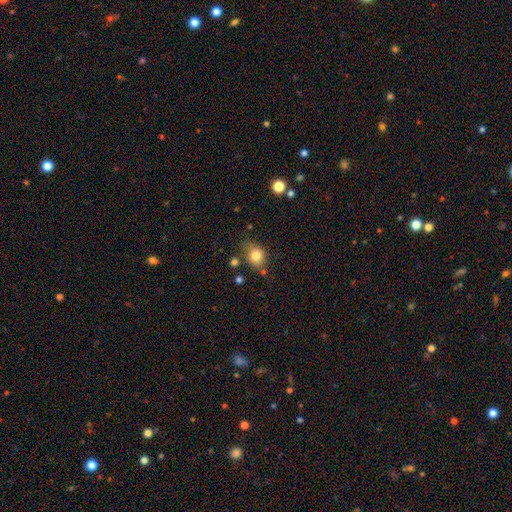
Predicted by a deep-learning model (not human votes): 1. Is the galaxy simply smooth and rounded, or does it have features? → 80% smooth, 10% star or artifact, 9% featured or disk.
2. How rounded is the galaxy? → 54% round, 45% in between, 1% cigar-shaped.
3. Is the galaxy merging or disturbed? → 65% none, 22% minor disturbance, 6% merger, 6% major disturbance.